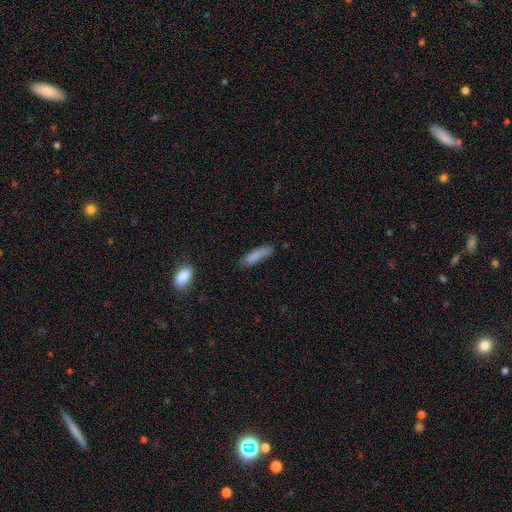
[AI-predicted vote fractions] smooth 84%, featured or disk 9%, star or artifact 7%. Down the decision tree: how rounded — cigar-shaped (75%); merging — none (73%).